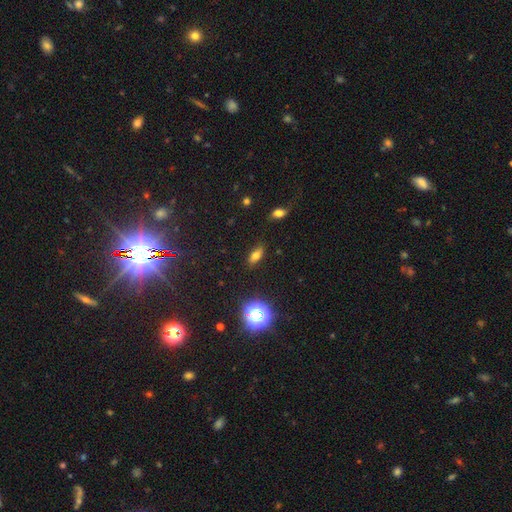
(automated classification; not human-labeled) Q: Smooth or featured?
A: smooth (70%); runner-up: star or artifact (17%)
Q: How rounded?
A: in between (78%); runner-up: cigar-shaped (12%)
Q: Merging?
A: none (83%); runner-up: minor disturbance (12%)